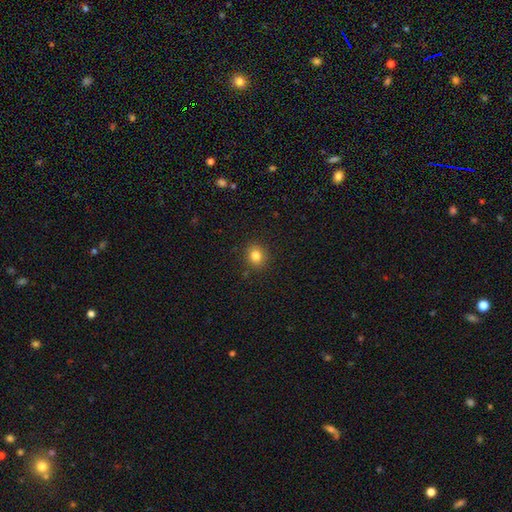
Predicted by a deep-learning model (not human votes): Smooth or featured?
  - smooth: 82% *
  - star or artifact: 12%
  - featured or disk: 6%
How rounded?
  - round: 74% *
  - in between: 25%
  - cigar-shaped: 1%
Merging?
  - none: 88% *
  - minor disturbance: 8%
  - major disturbance: 2%
  - merger: 2%